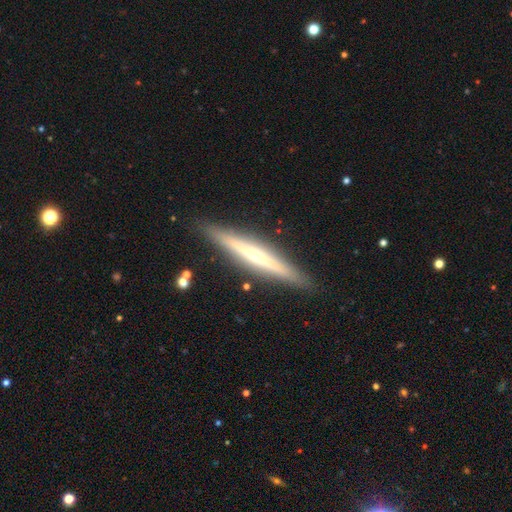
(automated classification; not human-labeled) A featured or disk galaxy (69%) viewed edge-on (96%) with a rounded central bulge (72%).

Vote fractions:
- Smooth or featured? featured or disk: 69% / smooth: 25% / star or artifact: 6%
- Edge-on disk? yes: 96% / no: 4%
- Edge-on bulge? rounded: 72% / none: 23% / boxy: 5%
- Merging? none: 90% / minor disturbance: 7% / major disturbance: 2% / merger: 1%